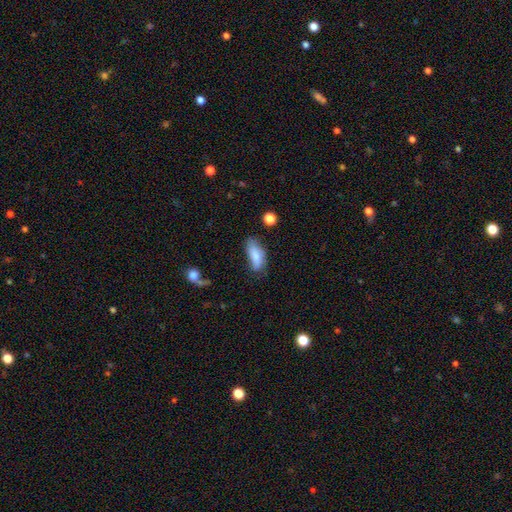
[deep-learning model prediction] This appears to be a smooth galaxy with no disk features (80%) that is in between round and cigar-shaped (79%). Merging: none (52%).